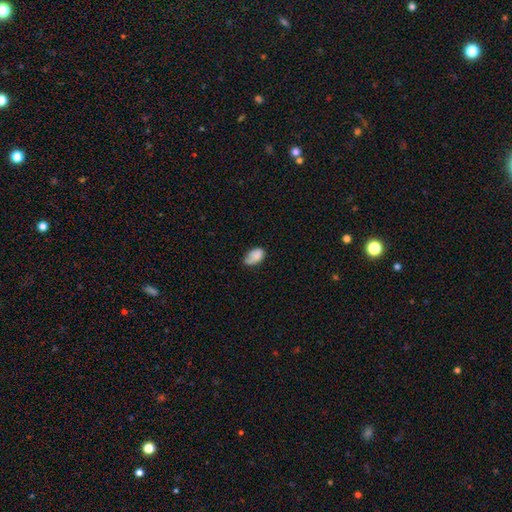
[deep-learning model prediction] smooth-or-featured: smooth: 78% | featured or disk: 14% | star or artifact: 8%
  how-rounded: in between: 90% | round: 9% | cigar-shaped: 1%
  merging: none: 48% | minor disturbance: 36% | major disturbance: 12% | merger: 4%